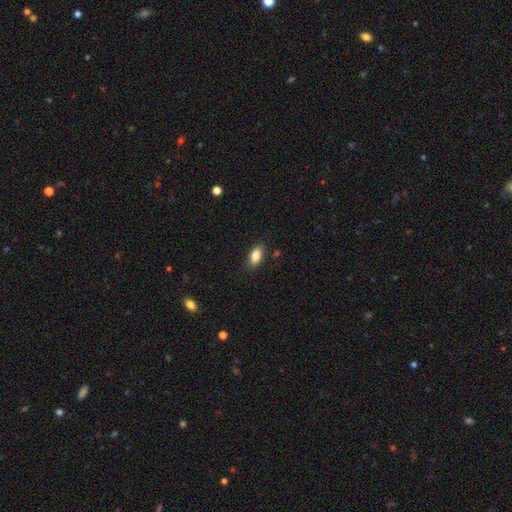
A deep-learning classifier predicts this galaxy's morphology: A smooth galaxy with no disk features (85%) that is in between round and cigar-shaped (88%). Merging: none (83%).